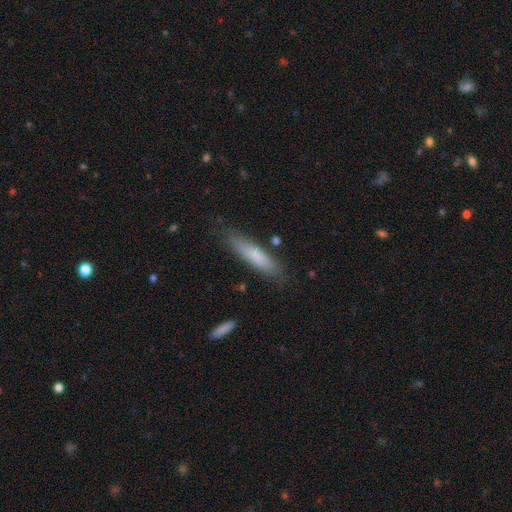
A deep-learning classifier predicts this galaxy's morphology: Smooth or featured?
  - smooth: 75% *
  - featured or disk: 19%
  - star or artifact: 6%
How rounded?
  - cigar-shaped: 79% *
  - in between: 19%
  - round: 1%
Merging?
  - none: 80% *
  - minor disturbance: 15%
  - major disturbance: 3%
  - merger: 2%